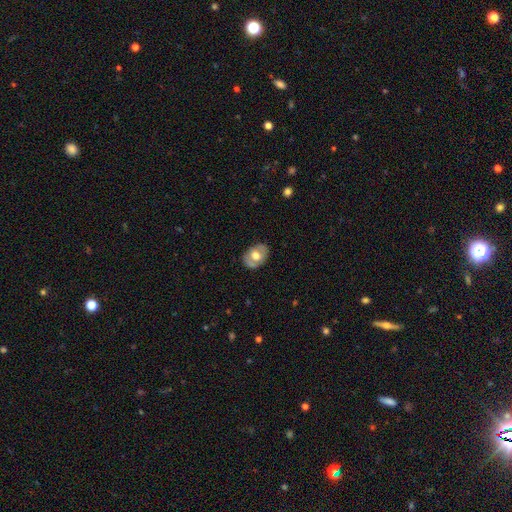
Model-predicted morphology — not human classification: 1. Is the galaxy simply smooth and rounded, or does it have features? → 52% smooth, 41% featured or disk, 7% star or artifact.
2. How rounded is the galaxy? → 73% in between, 26% round, 1% cigar-shaped.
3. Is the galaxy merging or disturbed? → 79% none, 16% minor disturbance, 4% major disturbance, 1% merger.